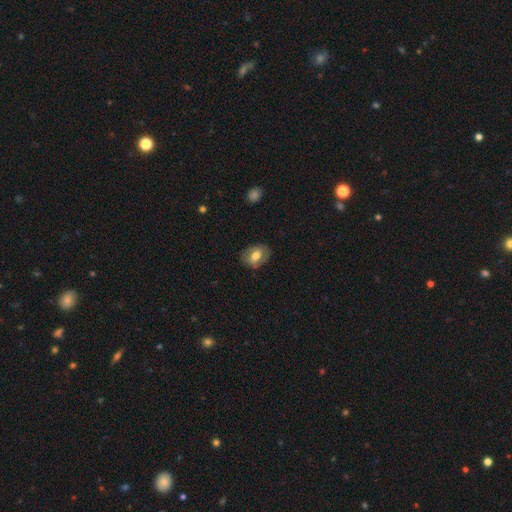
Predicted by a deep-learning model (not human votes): Overall: smooth (57%; featured or disk 36%). How rounded: in between (74%). Merging: none (78%).